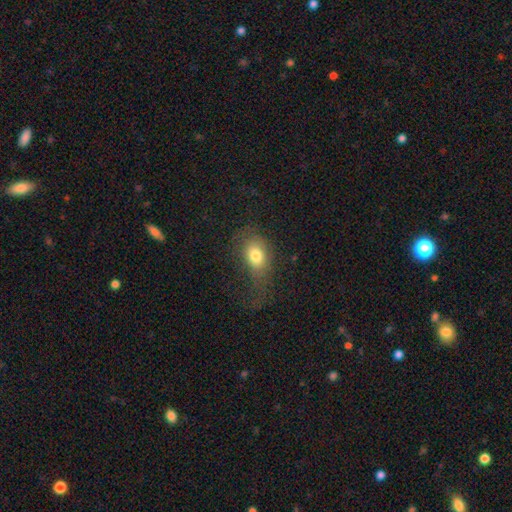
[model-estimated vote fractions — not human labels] Overall: smooth (74%). How rounded: in between (76%). Merging: none (44%; major disturbance 30%).